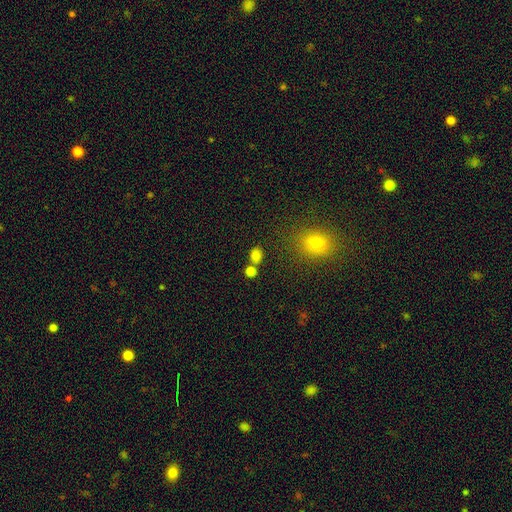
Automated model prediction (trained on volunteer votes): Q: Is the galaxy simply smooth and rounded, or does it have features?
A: smooth — 79%.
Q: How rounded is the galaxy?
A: in between — 50%.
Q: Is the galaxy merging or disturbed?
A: none — 63%.